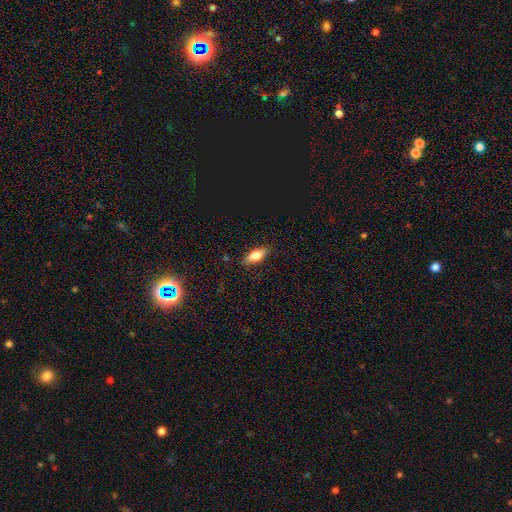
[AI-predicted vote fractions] Smooth or featured? Predicted: smooth (p=0.73). How rounded? Predicted: in between (p=0.76). Merging? Predicted: none (p=0.86).